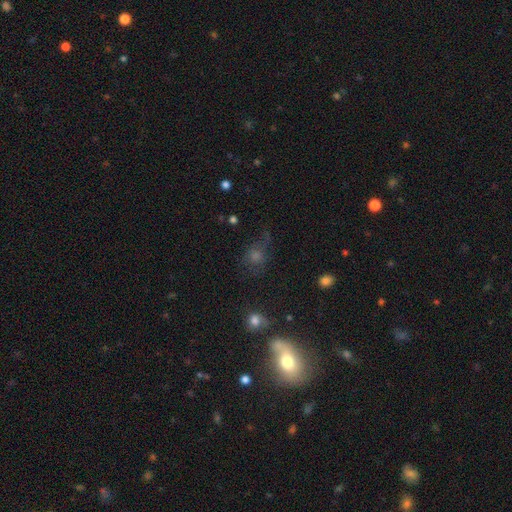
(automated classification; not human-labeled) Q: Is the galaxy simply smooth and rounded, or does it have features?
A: smooth — 45%.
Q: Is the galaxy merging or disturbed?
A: none — 55%.